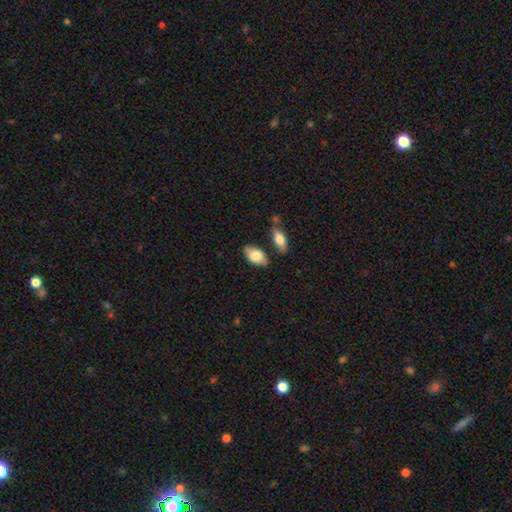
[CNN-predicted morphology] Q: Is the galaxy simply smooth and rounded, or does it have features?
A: smooth — 76%.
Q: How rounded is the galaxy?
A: in between — 91%.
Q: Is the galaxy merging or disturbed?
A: none — 73%.